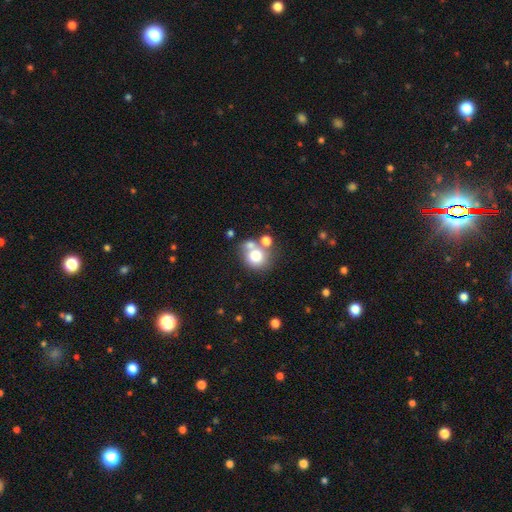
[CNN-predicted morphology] The model was most divided on "merging": none: 48%, merger: 34%, minor disturbance: 12%, major disturbance: 7%. More confident: how rounded — round (82%); smooth or featured — smooth (75%).